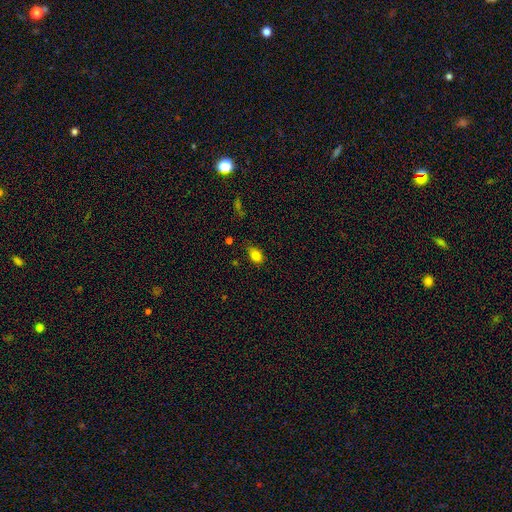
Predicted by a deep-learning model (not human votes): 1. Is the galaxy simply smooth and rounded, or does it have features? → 83% smooth, 10% star or artifact, 7% featured or disk.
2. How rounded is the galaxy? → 85% in between, 13% round, 2% cigar-shaped.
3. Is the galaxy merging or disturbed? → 75% none, 19% minor disturbance, 4% major disturbance, 2% merger.